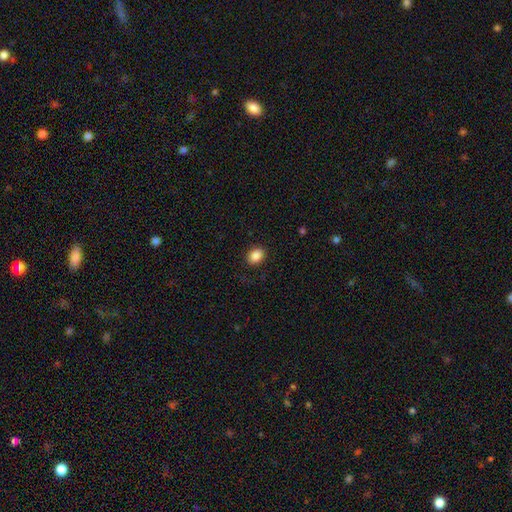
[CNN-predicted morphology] smooth-or-featured: smooth: 88% | star or artifact: 9% | featured or disk: 4%
  how-rounded: in between: 57% | round: 42% | cigar-shaped: 1%
  merging: none: 89% | minor disturbance: 8% | major disturbance: 2% | merger: 1%